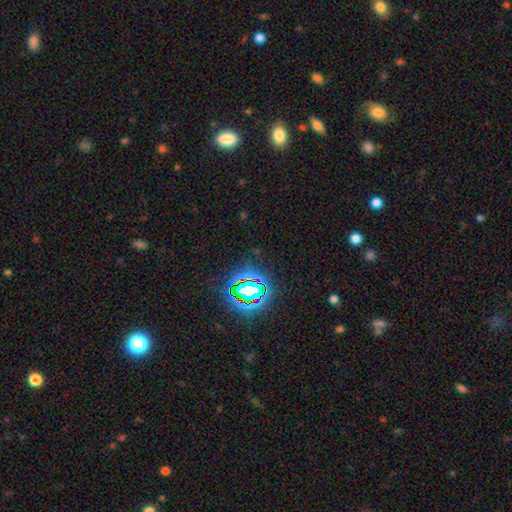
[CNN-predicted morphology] star or artifact 76%, smooth 16%, featured or disk 8%.